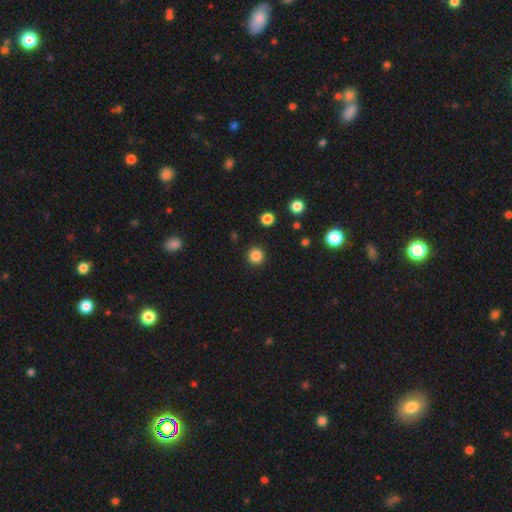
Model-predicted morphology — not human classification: The model was most divided on "smooth or featured": smooth: 85%, star or artifact: 12%, featured or disk: 3%. More confident: how rounded — round (95%); merging — none (92%).